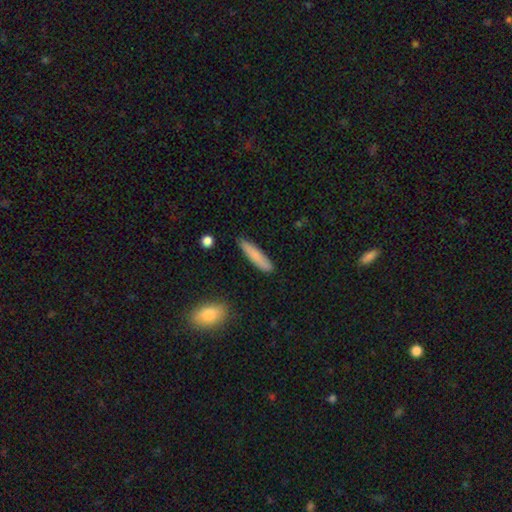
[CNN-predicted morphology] smooth_or_featured: smooth (p=0.82) [alt: featured or disk p=0.12]
how_rounded: cigar-shaped (p=0.86) [alt: in between p=0.12]
merging: none (p=0.85) [alt: minor disturbance p=0.11]